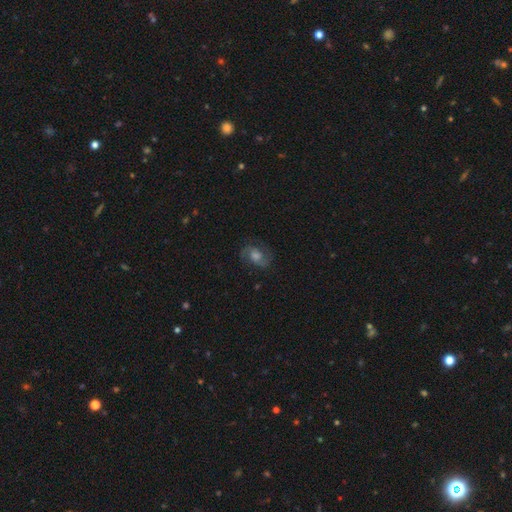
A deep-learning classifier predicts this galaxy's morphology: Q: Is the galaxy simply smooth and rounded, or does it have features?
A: featured or disk — 75%.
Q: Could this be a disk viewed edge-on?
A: no — 97%.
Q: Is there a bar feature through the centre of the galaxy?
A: no — 54%.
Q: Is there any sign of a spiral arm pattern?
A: yes — 95%.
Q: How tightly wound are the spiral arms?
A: medium — 55%.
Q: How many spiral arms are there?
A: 2 — 89%.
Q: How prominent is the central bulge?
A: moderate — 43%.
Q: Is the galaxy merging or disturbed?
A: none — 81%.